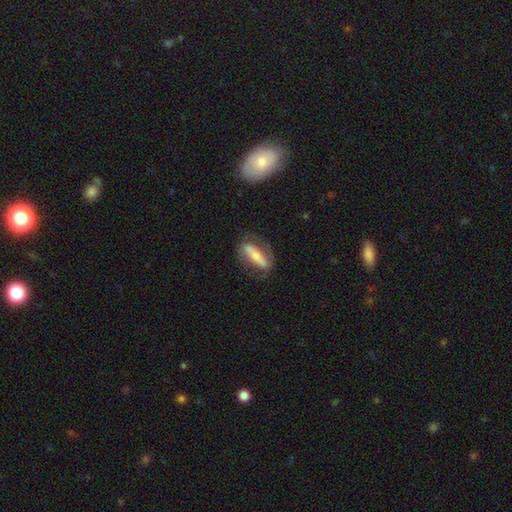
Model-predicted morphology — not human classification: Overall: featured or disk (56%; smooth 38%). Edge-on disk: no (61%; yes 39%). Merging: none (71%).